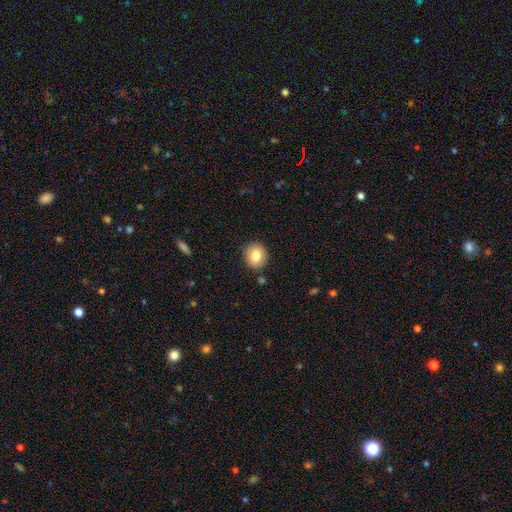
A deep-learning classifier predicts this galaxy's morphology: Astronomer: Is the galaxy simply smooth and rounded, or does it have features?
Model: smooth — 82%.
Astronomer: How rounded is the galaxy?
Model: round — 73%.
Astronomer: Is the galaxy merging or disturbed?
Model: none — 87%.